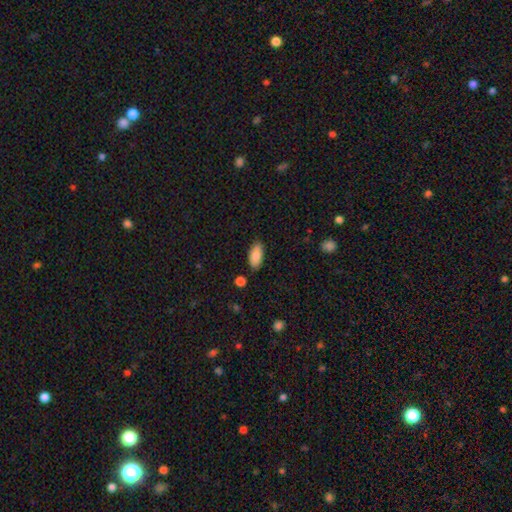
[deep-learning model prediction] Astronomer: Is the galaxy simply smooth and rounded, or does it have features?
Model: smooth — 86%.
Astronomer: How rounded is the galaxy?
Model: in between — 88%.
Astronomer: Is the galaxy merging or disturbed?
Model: none — 85%.